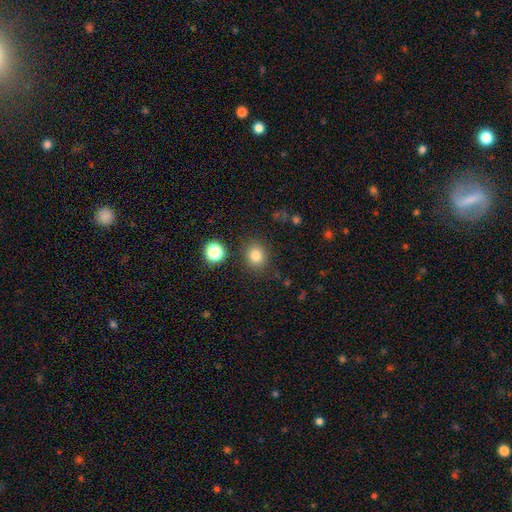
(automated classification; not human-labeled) The model was most divided on "how rounded": round: 74%, in between: 25%, cigar-shaped: 1%. More confident: merging — none (84%); smooth or featured — smooth (81%).